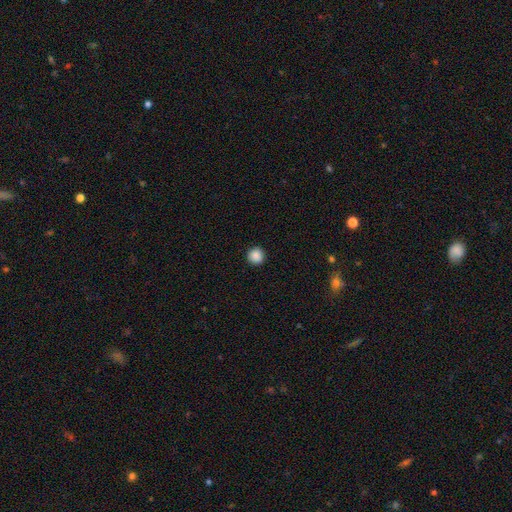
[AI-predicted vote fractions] Morphology: type=smooth (88%); roundness=round (94%); merging=none (93%).